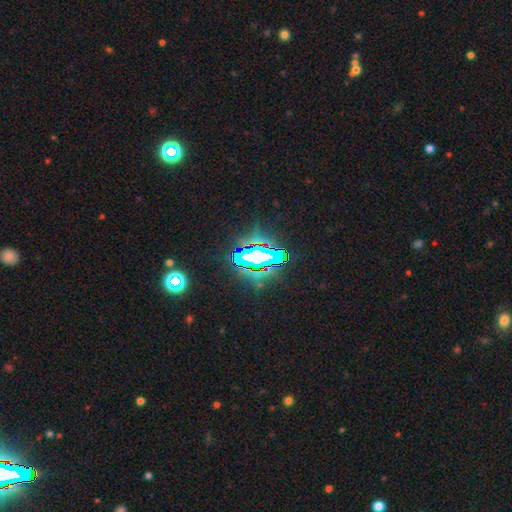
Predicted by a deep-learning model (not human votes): Q: Smooth or featured?
A: star or artifact (71%); runner-up: smooth (16%)